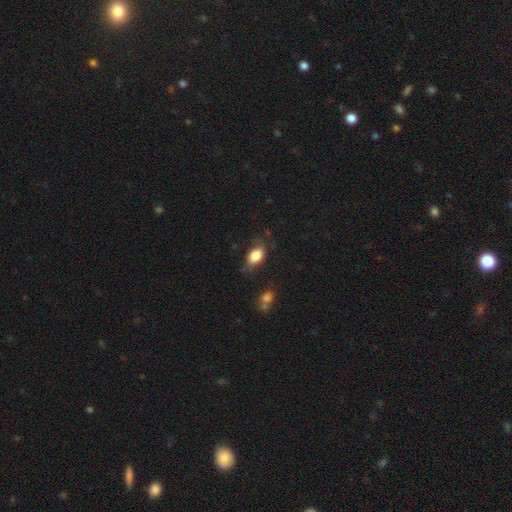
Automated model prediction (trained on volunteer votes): smooth-or-featured: smooth: 83% | featured or disk: 9% | star or artifact: 7%
  how-rounded: in between: 89% | round: 8% | cigar-shaped: 3%
  merging: none: 67% | minor disturbance: 24% | major disturbance: 6% | merger: 2%